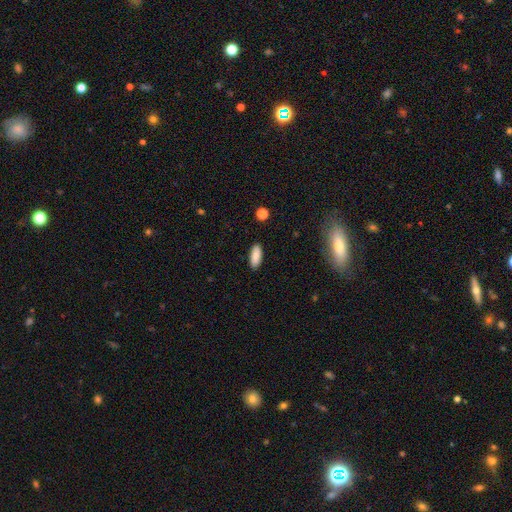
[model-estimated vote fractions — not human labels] Overall: smooth (88%). How rounded: in between (77%). Merging: none (89%).